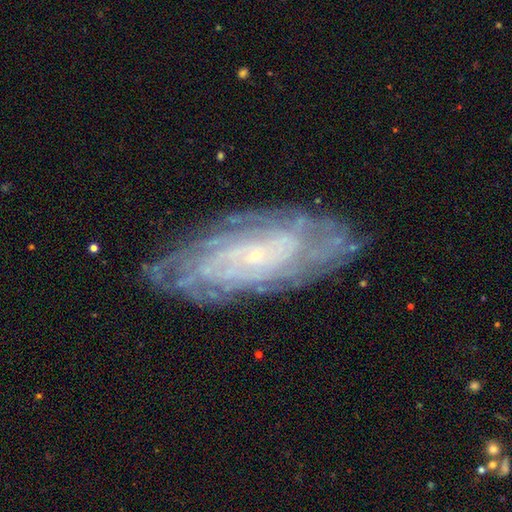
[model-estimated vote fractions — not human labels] A featured or disk galaxy (81%) with no bar (75%), tight (79%) spiral arms (92%) and a small central bulge (88%).

Vote fractions:
- Smooth or featured? featured or disk: 81% / smooth: 12% / star or artifact: 7%
- Edge-on disk? no: 89% / yes: 11%
- Bar? no: 75% / weak: 19% / strong: 6%
- Spiral arms? yes: 92% / no: 8%
- Spiral winding? tight: 79% / medium: 17% / loose: 5%
- Spiral arm count? can't tell: 51% / more than 4: 15% / 4: 12% / 2: 8% / 3: 8% / 1: 5%
- Bulge size? small: 88% / moderate: 8% / none: 2% / large: 1% / dominant: 1%
- Merging? none: 79% / minor disturbance: 15% / major disturbance: 5% / merger: 1%